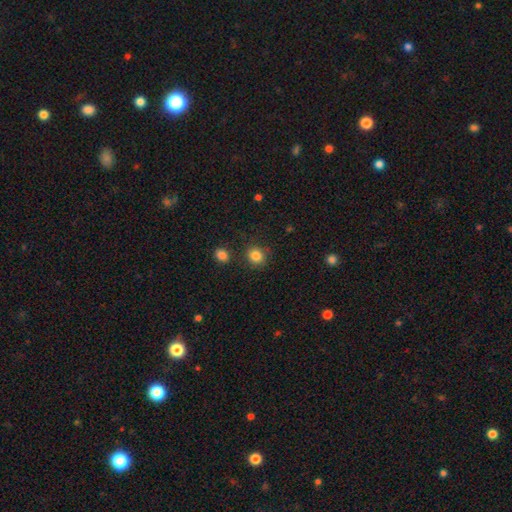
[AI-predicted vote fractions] A smooth galaxy with no disk features (85%) that is round (85%).

Vote fractions:
- Smooth or featured? smooth: 85% / star or artifact: 11% / featured or disk: 5%
- How rounded? round: 85% / in between: 14% / cigar-shaped: 1%
- Merging? none: 84% / minor disturbance: 9% / merger: 4% / major disturbance: 3%